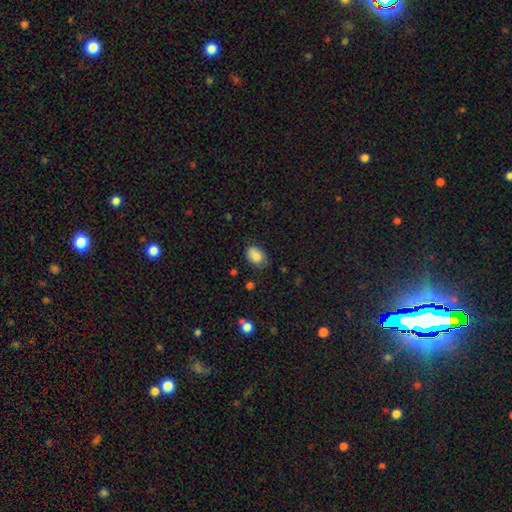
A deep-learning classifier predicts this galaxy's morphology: Overall: smooth (85%). How rounded: in between (80%). Merging: none (71%).